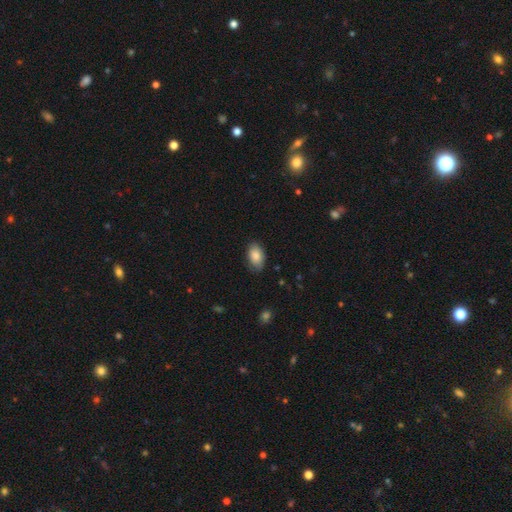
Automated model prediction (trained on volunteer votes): Smooth or featured?
  - smooth: 86% *
  - featured or disk: 8%
  - star or artifact: 7%
How rounded?
  - in between: 93% *
  - round: 5%
  - cigar-shaped: 1%
Merging?
  - none: 81% *
  - minor disturbance: 15%
  - major disturbance: 3%
  - merger: 1%